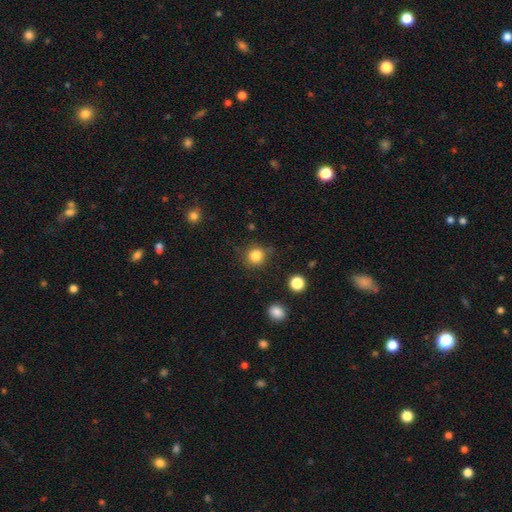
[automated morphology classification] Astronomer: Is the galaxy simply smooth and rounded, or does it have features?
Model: smooth — 84%.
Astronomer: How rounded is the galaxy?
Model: round — 88%.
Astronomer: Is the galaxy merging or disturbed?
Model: none — 82%.